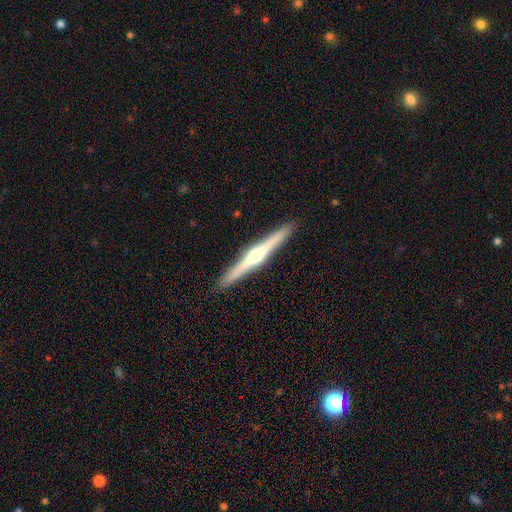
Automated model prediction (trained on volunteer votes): A featured or disk galaxy (80%) viewed edge-on (99%) with a rounded central bulge (93%).

Vote fractions:
- Smooth or featured? featured or disk: 80% / smooth: 16% / star or artifact: 4%
- Edge-on disk? yes: 99% / no: 1%
- Edge-on bulge? rounded: 93% / none: 4% / boxy: 3%
- Merging? none: 93% / minor disturbance: 5% / major disturbance: 1% / merger: 1%